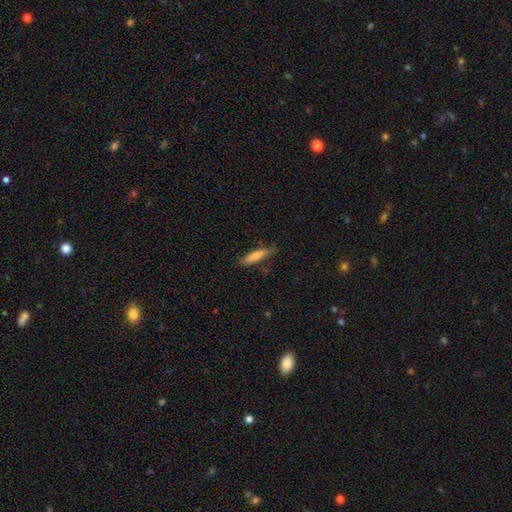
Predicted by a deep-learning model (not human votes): Overall: smooth (73%). How rounded: cigar-shaped (78%). Merging: none (72%).